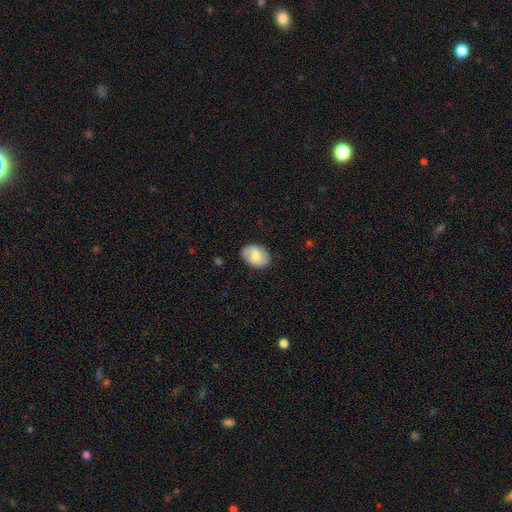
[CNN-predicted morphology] This appears to be a smooth galaxy with no disk features (70%) that is in between round and cigar-shaped (80%). Merging: none (81%).